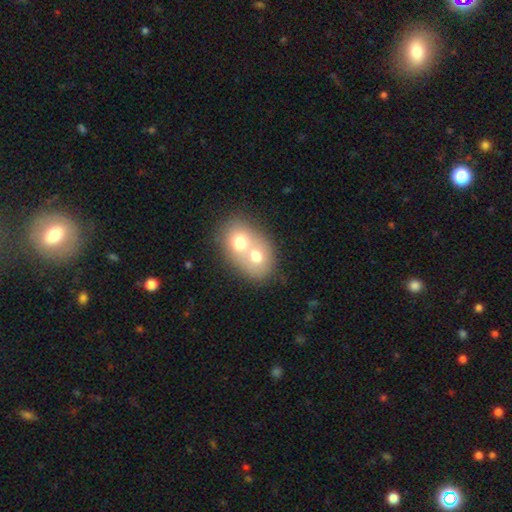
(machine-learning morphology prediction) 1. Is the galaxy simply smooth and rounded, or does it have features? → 63% smooth, 27% featured or disk, 10% star or artifact.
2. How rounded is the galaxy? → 50% in between, 49% round, 1% cigar-shaped.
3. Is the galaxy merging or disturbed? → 76% merger, 16% none, 5% minor disturbance, 3% major disturbance.